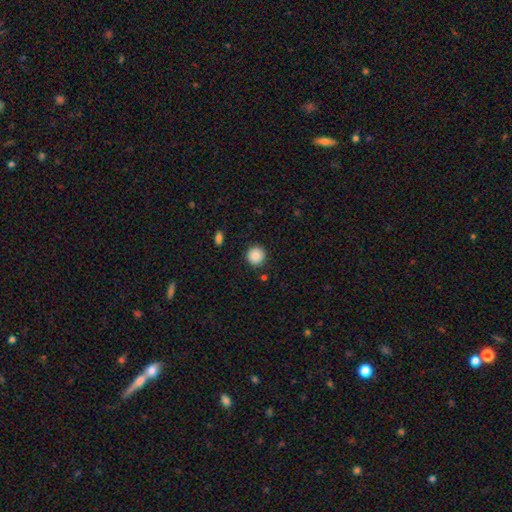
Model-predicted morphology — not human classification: This is clearly a smooth galaxy (85%). How rounded: clearly round (94%). Merging: clearly none (90%).